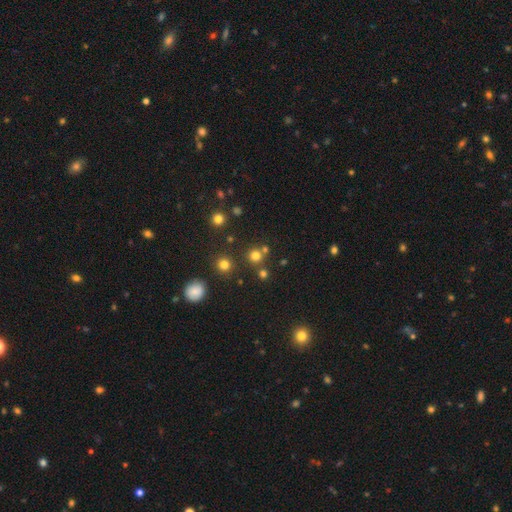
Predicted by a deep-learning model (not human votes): The model was most divided on "smooth or featured": smooth: 73%, star or artifact: 20%, featured or disk: 6%. More confident: how rounded — round (92%); merging — none (76%).